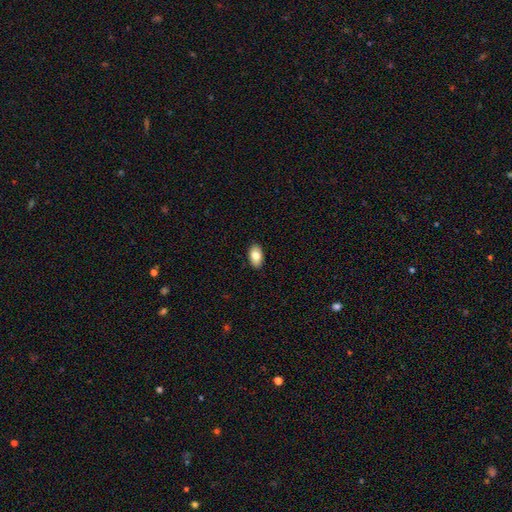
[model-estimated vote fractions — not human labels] Smooth or featured: smooth — 81% (featured or disk — 12%)
How rounded: in between — 93% (round — 5%)
Merging: none — 89% (minor disturbance — 8%)